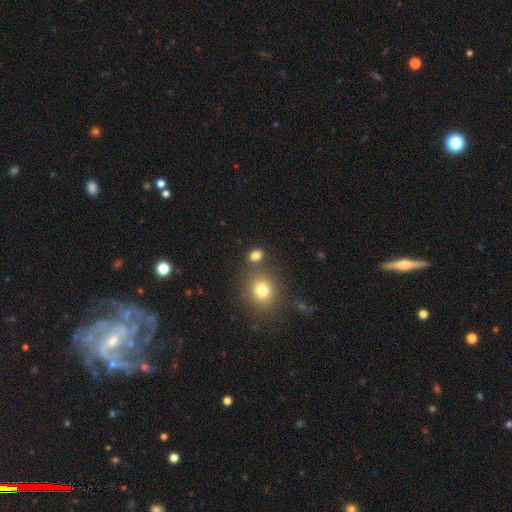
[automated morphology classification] This is likely a smooth galaxy (79%). How rounded: possibly in between (55%). Merging: likely none (71%).